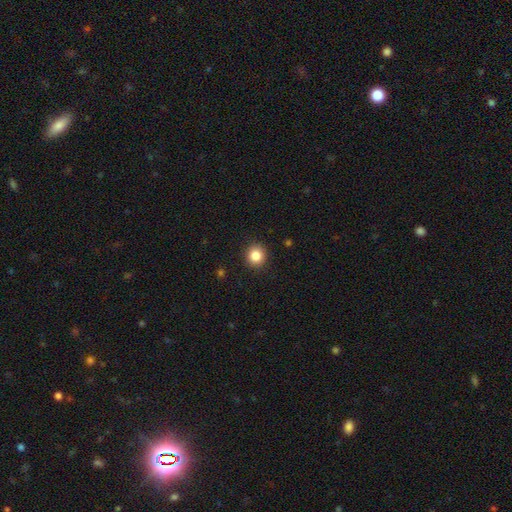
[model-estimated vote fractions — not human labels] Smooth or featured: smooth — 85% (star or artifact — 10%)
How rounded: round — 91% (in between — 8%)
Merging: none — 91% (minor disturbance — 6%)